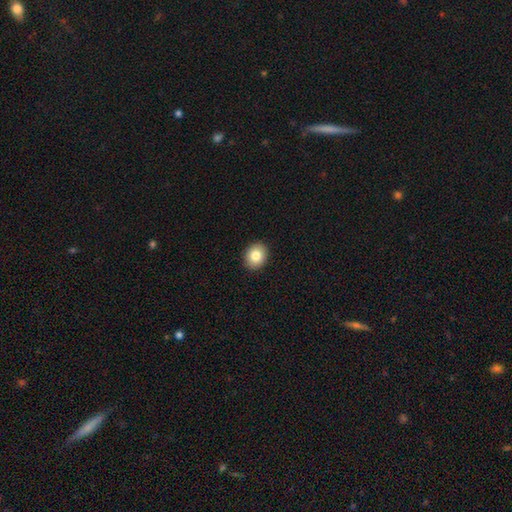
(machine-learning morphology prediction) Overall: smooth (83%). How rounded: round (60%; in between 40%). Merging: none (91%).